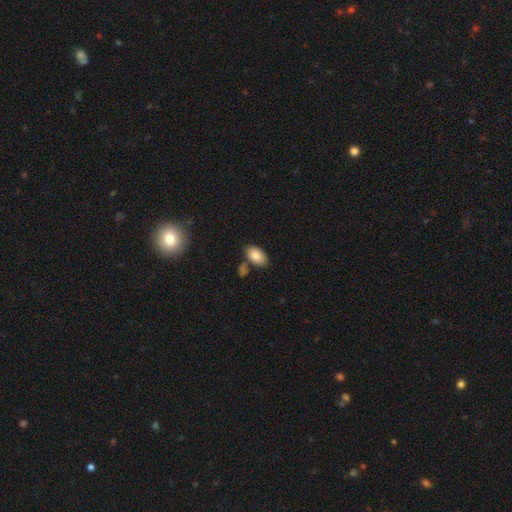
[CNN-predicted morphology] Overall: smooth (86%). How rounded: in between (94%). Merging: none (69%).